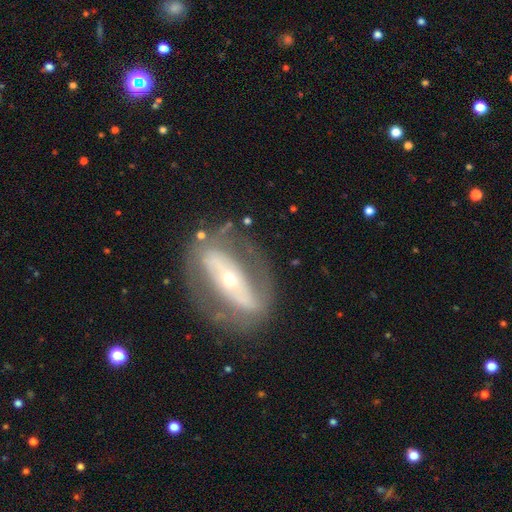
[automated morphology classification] Smooth or featured: featured or disk — 76% (smooth — 17%)
Edge-on disk: no — 85% (yes — 15%)
Bar: strong — 52% (no — 31%)
Spiral arms: yes — 52% (no — 48%)
Bulge size: small — 61% (moderate — 33%)
Merging: none — 75% (minor disturbance — 14%)